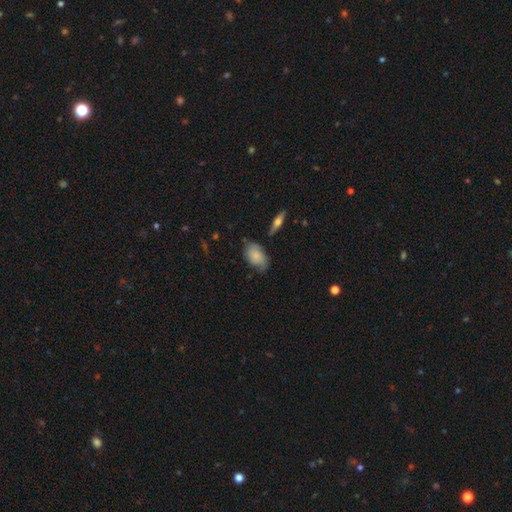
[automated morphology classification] smooth 69%, featured or disk 23%, star or artifact 7%. Down the decision tree: how rounded — in between (87%); merging — none (52%).